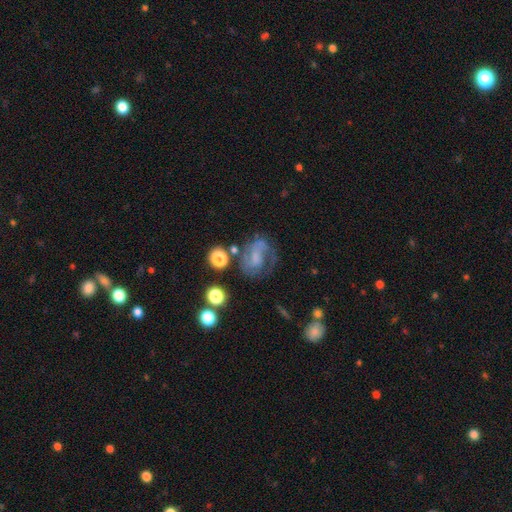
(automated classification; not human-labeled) Smooth or featured? featured or disk (64%)
Edge-on disk? no (97%)
Bar? weak (43%, tied with no)
Spiral arms? yes (81%)
Spiral winding? medium (45%)
Spiral arm count? 2 (53%)
Bulge size? small (38%)
Merging? none (50%)